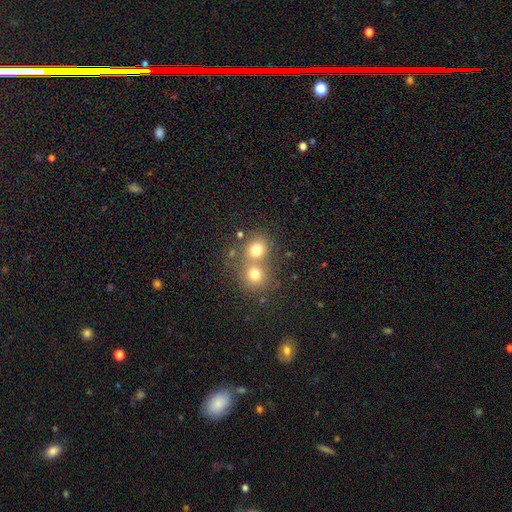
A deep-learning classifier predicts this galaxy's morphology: Overall: smooth (65%). How rounded: round (82%). Merging: merger (50%; none 41%).